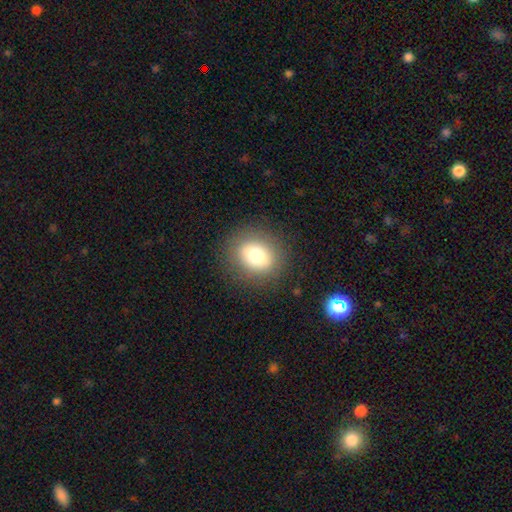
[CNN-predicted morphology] The model was most divided on "how rounded": round: 70%, in between: 29%, cigar-shaped: 1%. More confident: merging — none (86%); smooth or featured — smooth (75%).